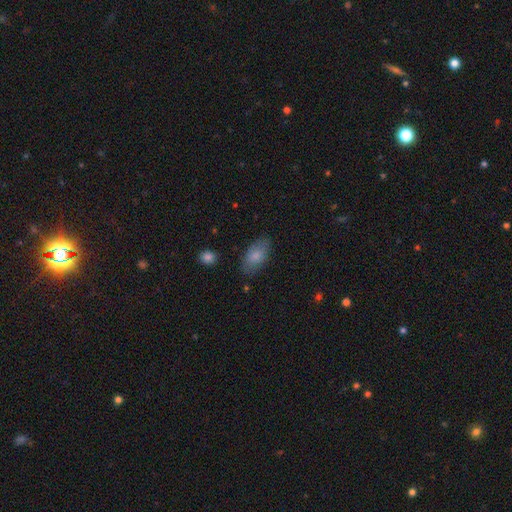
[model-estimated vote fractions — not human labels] The model was most divided on "merging": none: 80%, minor disturbance: 14%, major disturbance: 4%, merger: 2%. More confident: how rounded — in between (92%); smooth or featured — smooth (82%).